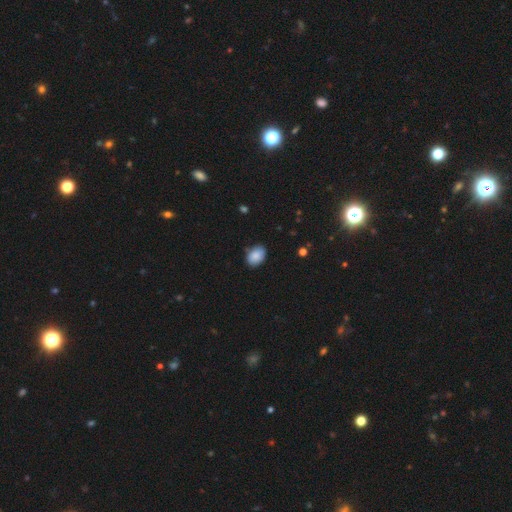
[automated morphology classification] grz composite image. It shows a smooth galaxy with no disk features (88%) that is in between round and cigar-shaped (79%). Merging: none (79%).